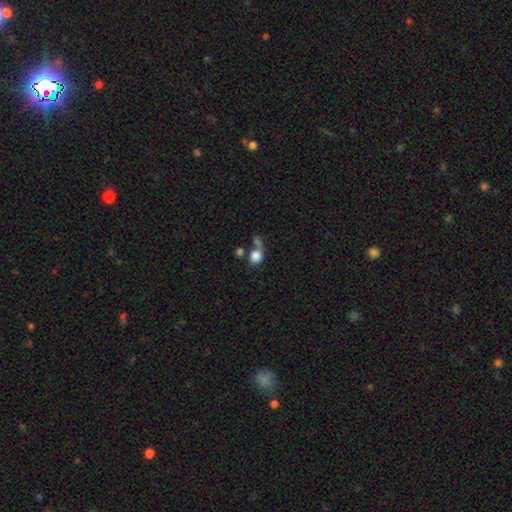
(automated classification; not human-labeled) This is clearly a smooth galaxy (81%). How rounded: clearly round (81%). Merging: marginally merger (37%).